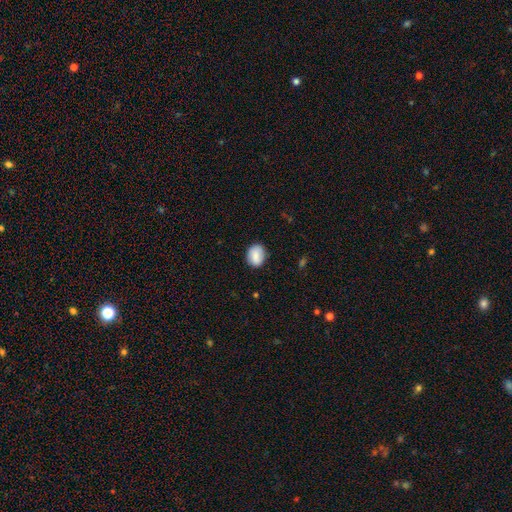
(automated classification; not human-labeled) Q: Smooth or featured?
A: smooth (83%); runner-up: featured or disk (9%)
Q: How rounded?
A: round (50%); runner-up: in between (49%)
Q: Merging?
A: none (84%); runner-up: minor disturbance (12%)